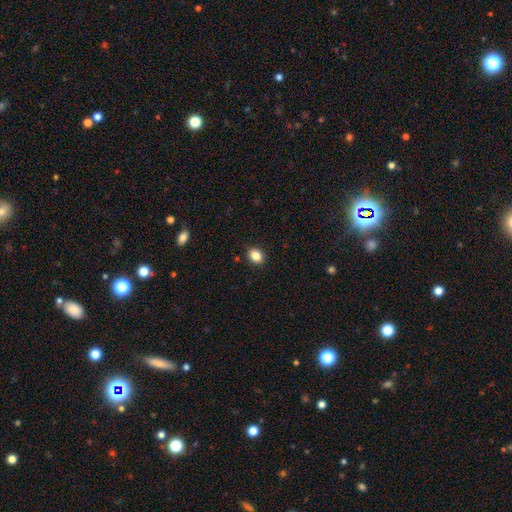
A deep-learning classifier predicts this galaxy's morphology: smooth-or-featured: smooth: 86% | star or artifact: 10% | featured or disk: 5%
  how-rounded: in between: 62% | round: 37% | cigar-shaped: 1%
  merging: none: 90% | minor disturbance: 7% | major disturbance: 2% | merger: 1%